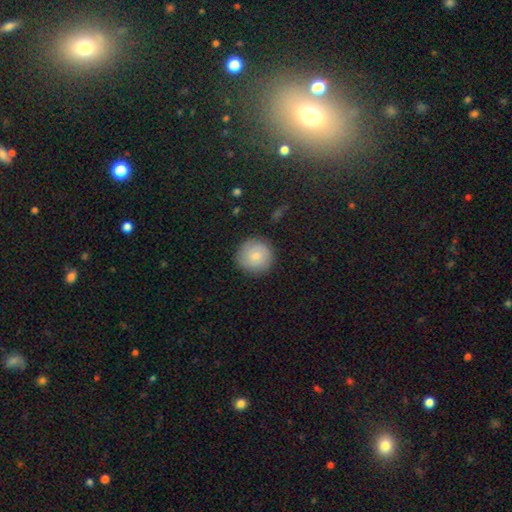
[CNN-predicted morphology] Smooth or featured? Predicted: smooth (p=0.77). How rounded? Predicted: round (p=0.94). Merging? Predicted: none (p=0.87).